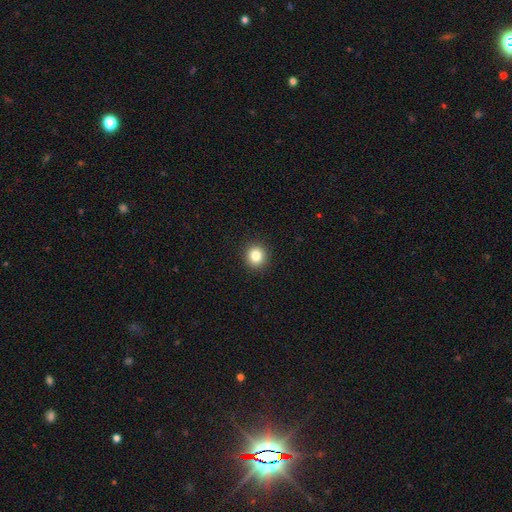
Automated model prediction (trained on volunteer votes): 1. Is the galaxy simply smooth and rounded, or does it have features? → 83% smooth, 11% star or artifact, 6% featured or disk.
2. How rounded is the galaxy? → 89% round, 10% in between, 1% cigar-shaped.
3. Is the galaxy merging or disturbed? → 93% none, 5% minor disturbance, 2% major disturbance, 1% merger.